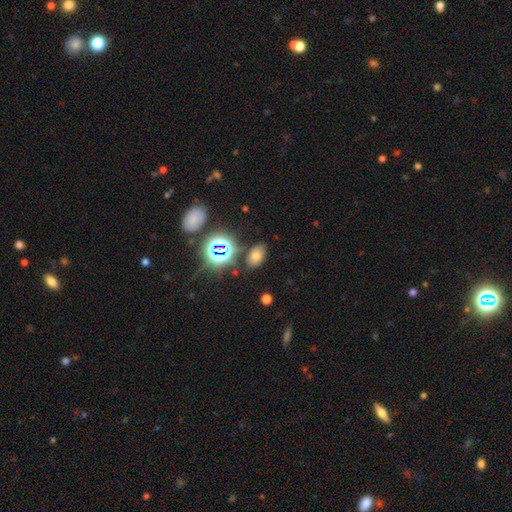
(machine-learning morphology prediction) smooth_or_featured: smooth (p=0.63) [alt: star or artifact p=0.27]
how_rounded: in between (p=0.86) [alt: round p=0.12]
merging: none (p=0.81) [alt: minor disturbance p=0.11]